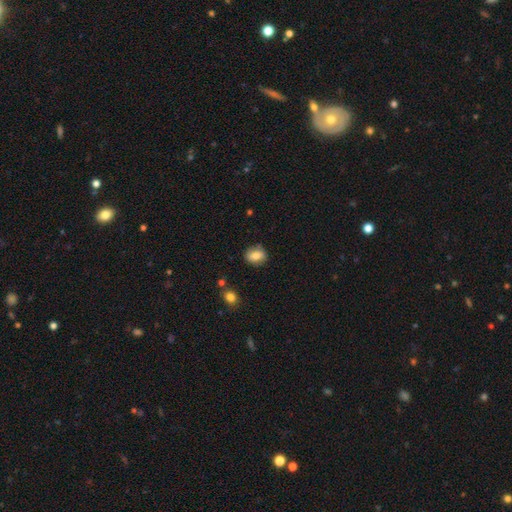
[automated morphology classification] A smooth galaxy with no disk features (78%) that is in between round and cigar-shaped (56%). Merging: none (80%).